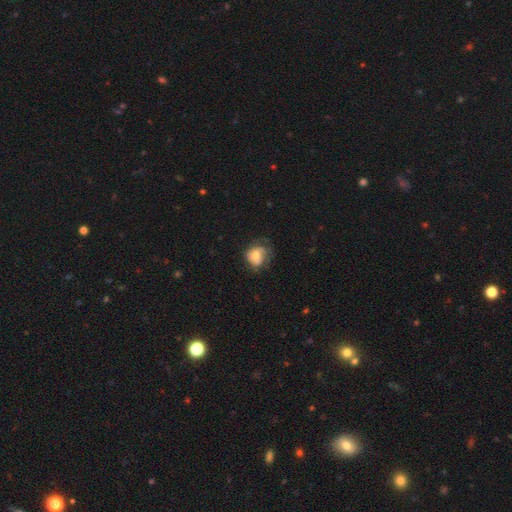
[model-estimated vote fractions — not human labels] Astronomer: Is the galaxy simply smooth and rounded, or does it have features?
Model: smooth — 53% (runner-up: featured or disk, 39%).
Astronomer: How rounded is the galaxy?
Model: round — 66%.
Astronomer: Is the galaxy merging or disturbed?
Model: none — 46% (runner-up: minor disturbance, 29%).